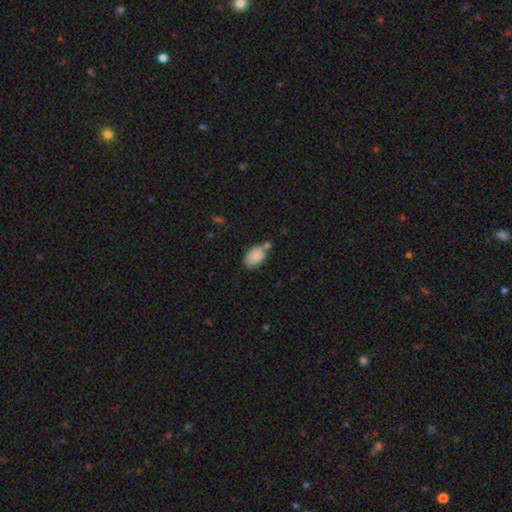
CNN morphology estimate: The model was most divided on "merging": none: 61%, minor disturbance: 19%, merger: 15%, major disturbance: 5%. More confident: how rounded — in between (89%); smooth or featured — smooth (87%).